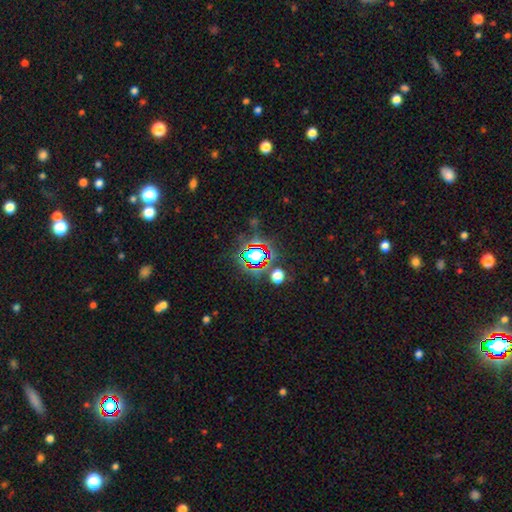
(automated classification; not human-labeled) Smooth or featured? star or artifact (64%)